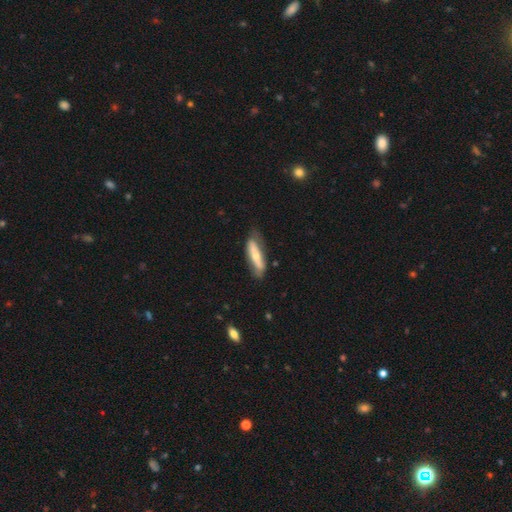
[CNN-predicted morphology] smooth-or-featured: featured or disk: 51% | smooth: 44% | star or artifact: 5%
  disk-edge-on: no: 54% | yes: 46%
  merging: none: 66% | minor disturbance: 24% | major disturbance: 7% | merger: 2%